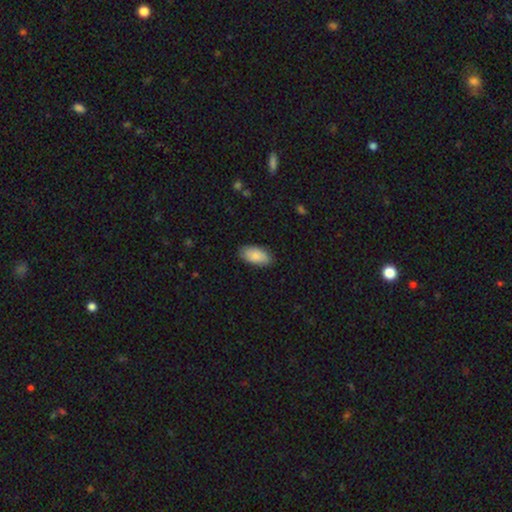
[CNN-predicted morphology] A smooth galaxy with no disk features (84%) that is in between round and cigar-shaped (94%).

Vote fractions:
- Smooth or featured? smooth: 84% / featured or disk: 10% / star or artifact: 6%
- How rounded? in between: 94% / cigar-shaped: 3% / round: 2%
- Merging? none: 85% / minor disturbance: 12% / major disturbance: 2% / merger: 1%